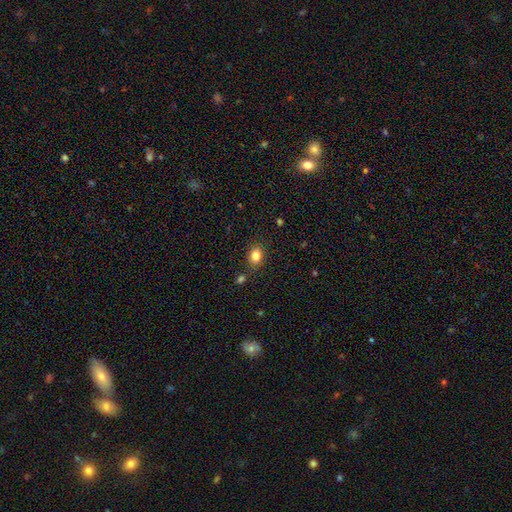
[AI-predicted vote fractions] Q: Smooth or featured?
A: smooth (82%); runner-up: star or artifact (11%)
Q: How rounded?
A: in between (53%); runner-up: round (46%)
Q: Merging?
A: none (83%); runner-up: minor disturbance (10%)